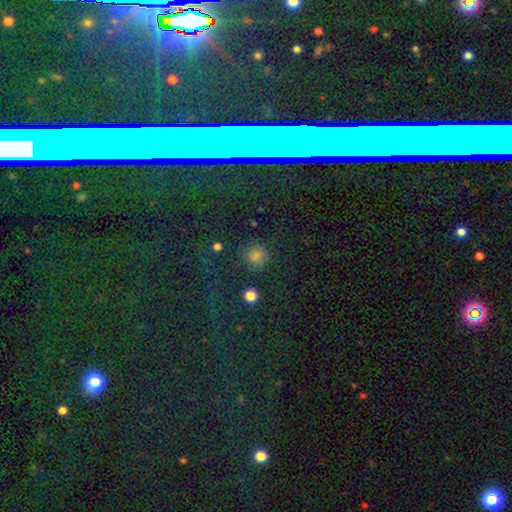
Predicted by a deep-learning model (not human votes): Morphology: type=smooth (65%); roundness=round (90%); merging=none (82%).